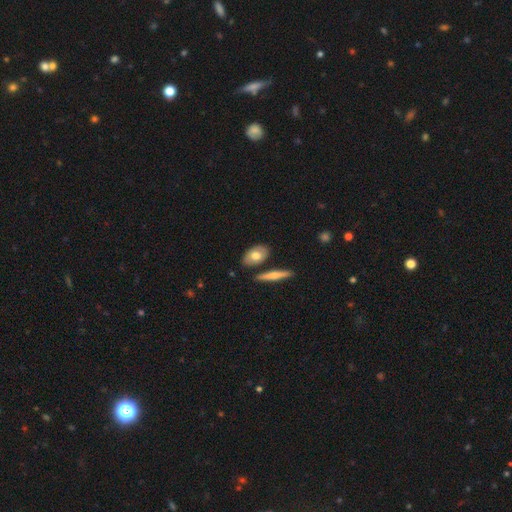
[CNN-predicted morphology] Smooth or featured? smooth (69%)
How rounded? in between (85%)
Merging? none (77%)